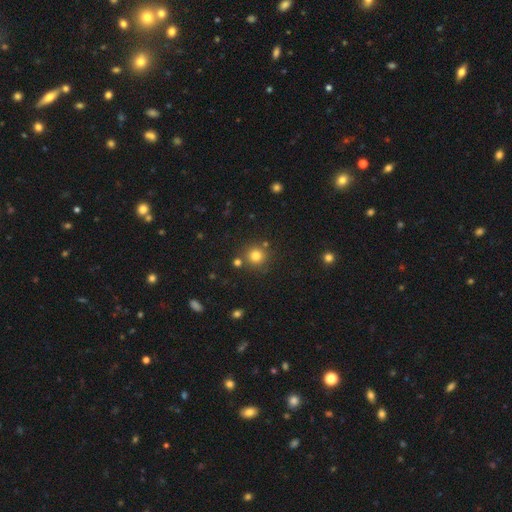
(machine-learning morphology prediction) A smooth galaxy with no disk features (79%) that is round (93%). Merging: none (80%).